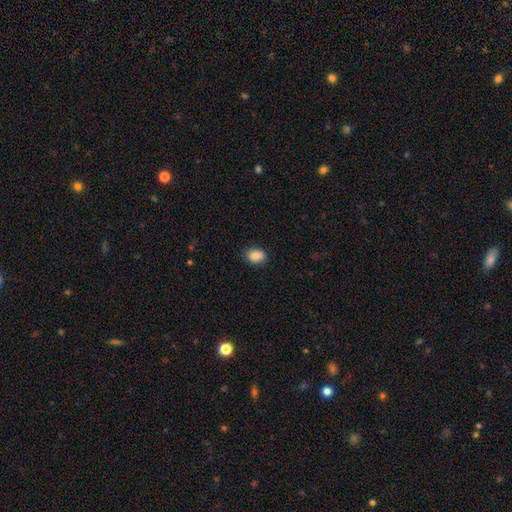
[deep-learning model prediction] smooth_or_featured: smooth (p=0.88) [alt: star or artifact p=0.08]
how_rounded: in between (p=0.68) [alt: round p=0.31]
merging: none (p=0.84) [alt: minor disturbance p=0.13]